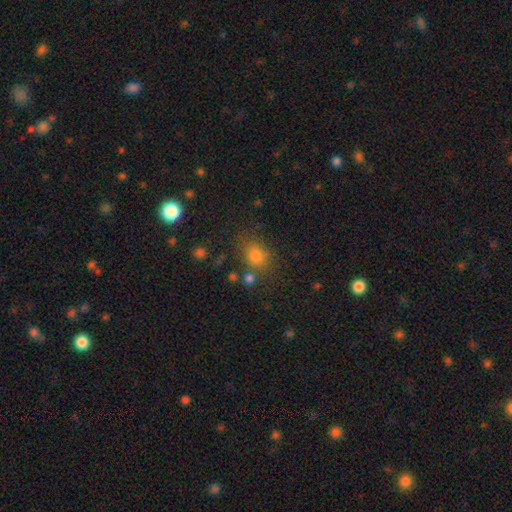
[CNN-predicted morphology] Smooth or featured? Predicted: smooth (p=0.77). How rounded? Predicted: round (p=0.58). Merging? Predicted: none (p=0.72).